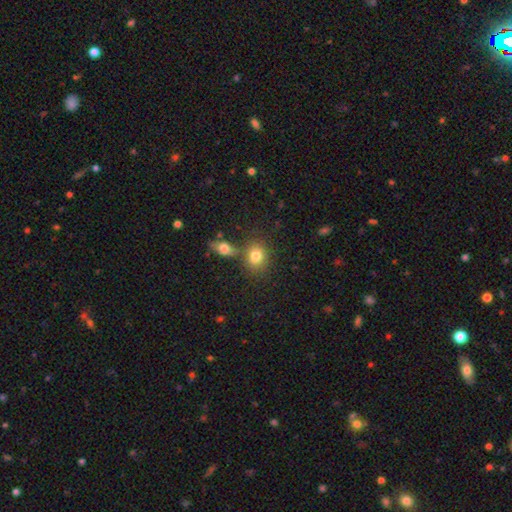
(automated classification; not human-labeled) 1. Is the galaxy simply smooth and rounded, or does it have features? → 81% smooth, 10% star or artifact, 9% featured or disk.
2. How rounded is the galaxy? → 55% round, 44% in between, 1% cigar-shaped.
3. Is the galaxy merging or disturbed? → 61% none, 23% merger, 11% minor disturbance, 4% major disturbance.